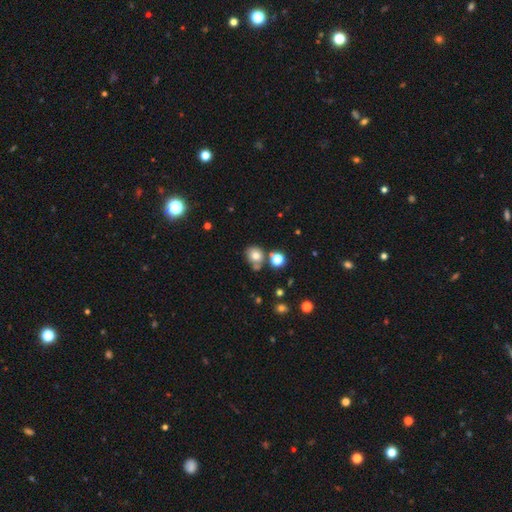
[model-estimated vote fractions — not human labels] Smooth or featured? Predicted: smooth (p=0.75). How rounded? Predicted: round (p=0.71). Merging? Predicted: none (p=0.62).